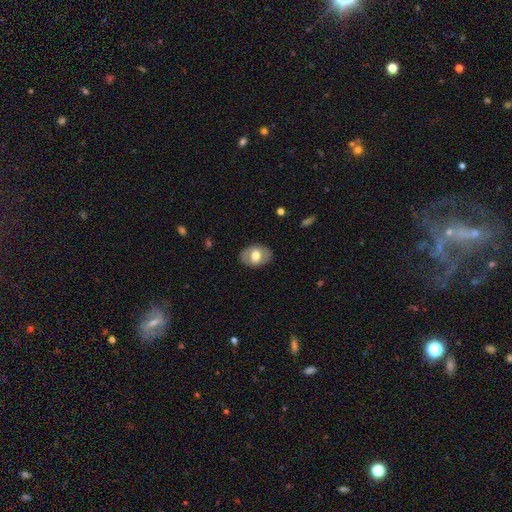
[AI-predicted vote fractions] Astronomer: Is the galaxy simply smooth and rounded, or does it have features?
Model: smooth — 59%.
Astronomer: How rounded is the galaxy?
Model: in between — 78%.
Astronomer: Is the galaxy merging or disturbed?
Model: none — 84%.